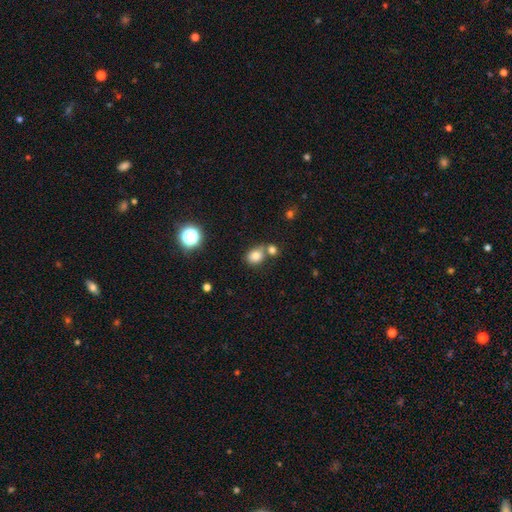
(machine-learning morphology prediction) Overall: smooth (80%). How rounded: round (51%; in between 48%). Merging: none (56%; merger 29%).